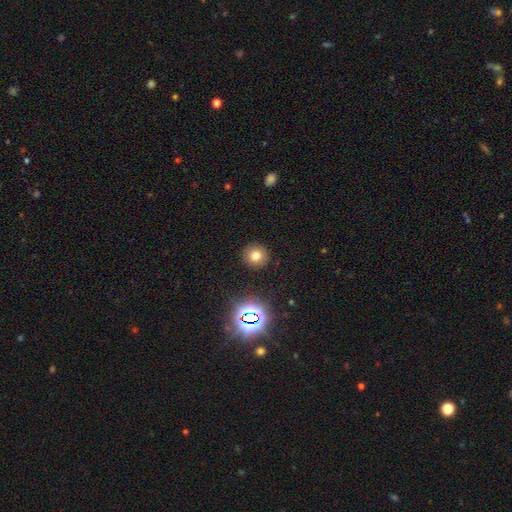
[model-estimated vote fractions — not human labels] A smooth galaxy with no disk features (71%) that is round (92%).

Vote fractions:
- Smooth or featured? smooth: 71% / star or artifact: 19% / featured or disk: 9%
- How rounded? round: 92% / in between: 7% / cigar-shaped: 1%
- Merging? none: 91% / minor disturbance: 6% / major disturbance: 2% / merger: 1%